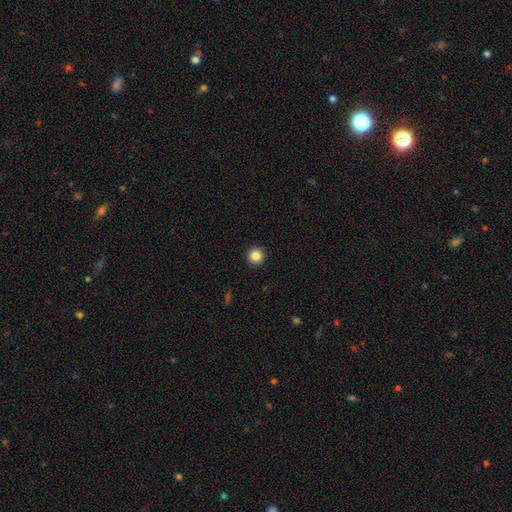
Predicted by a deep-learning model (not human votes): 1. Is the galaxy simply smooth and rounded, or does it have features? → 85% smooth, 10% star or artifact, 5% featured or disk.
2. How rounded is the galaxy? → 96% round, 3% in between, 1% cigar-shaped.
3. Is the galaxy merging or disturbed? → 94% none, 4% minor disturbance, 1% major disturbance, 1% merger.